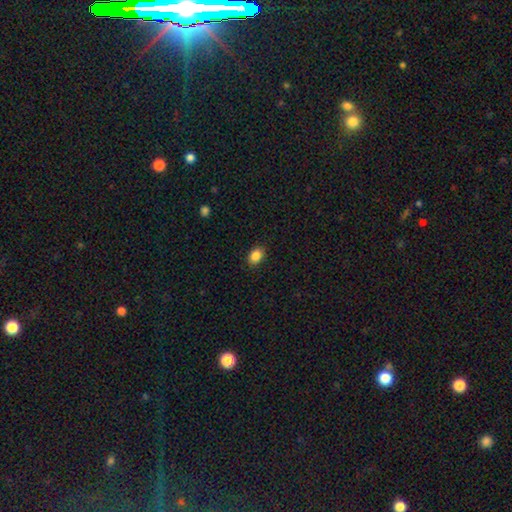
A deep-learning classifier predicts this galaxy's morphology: smooth 87%, star or artifact 9%, featured or disk 4%. Down the decision tree: how rounded — in between (75%); merging — none (89%).